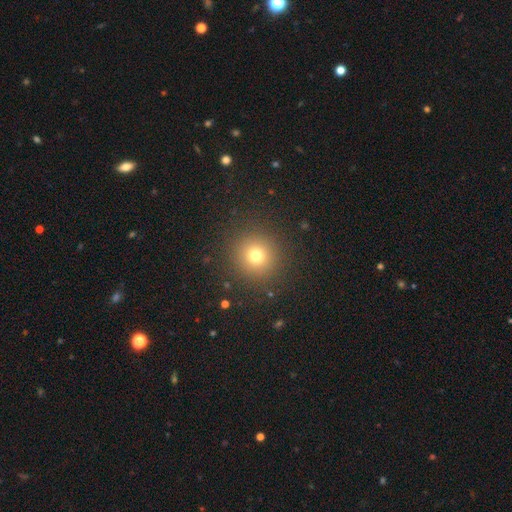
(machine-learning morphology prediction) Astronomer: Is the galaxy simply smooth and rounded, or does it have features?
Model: smooth — 73%.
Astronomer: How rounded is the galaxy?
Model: round — 94%.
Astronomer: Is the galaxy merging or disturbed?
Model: none — 89%.